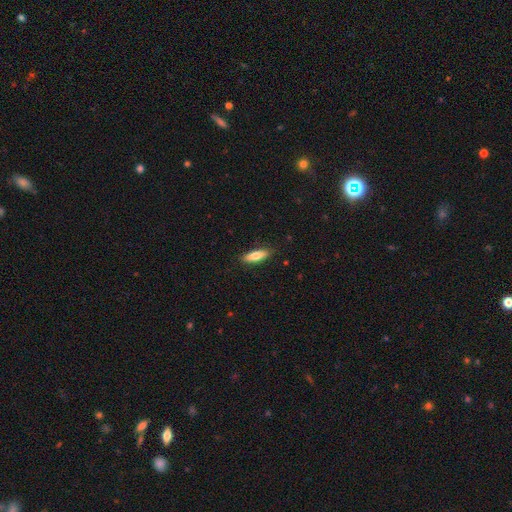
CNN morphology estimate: This appears to be a smooth galaxy with no disk features (76%) that is cigar-shaped (55%). Merging: none (87%).